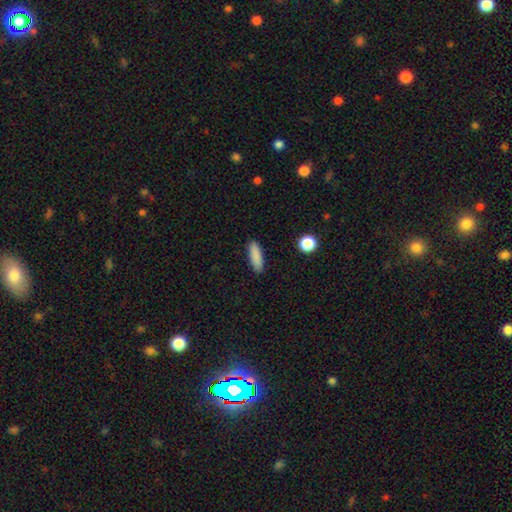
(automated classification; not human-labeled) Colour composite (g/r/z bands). It shows a smooth galaxy with no disk features (87%) that is cigar-shaped (56%). Merging: none (88%).